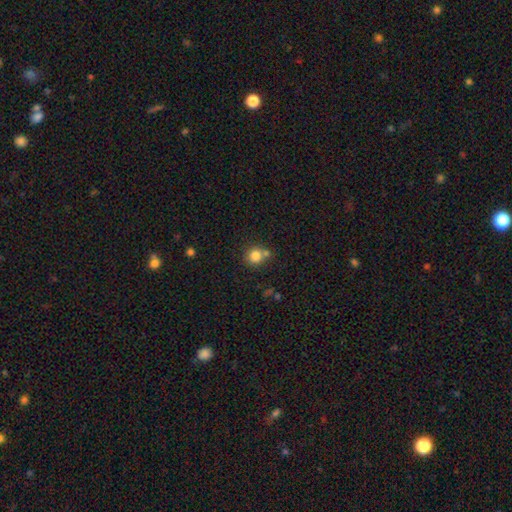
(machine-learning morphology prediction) smooth-or-featured: smooth: 81% | star or artifact: 11% | featured or disk: 8%
  how-rounded: round: 89% | in between: 10% | cigar-shaped: 1%
  merging: none: 61% | merger: 26% | minor disturbance: 10% | major disturbance: 3%